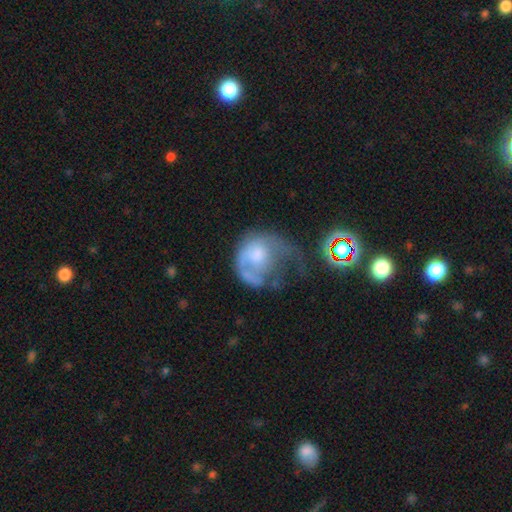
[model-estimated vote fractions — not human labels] Smooth or featured? featured or disk (51%)
Edge-on disk? no (97%)
Merging? major disturbance (56%)